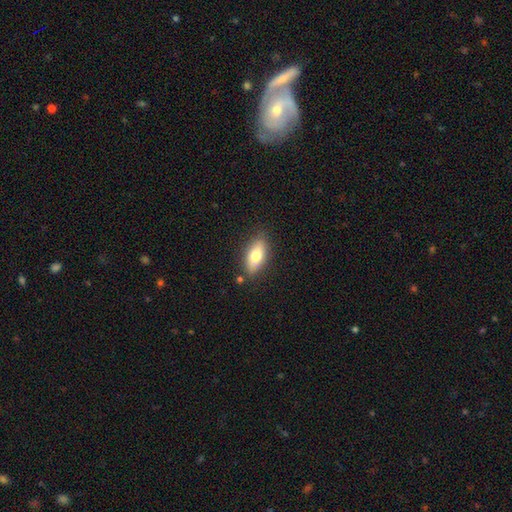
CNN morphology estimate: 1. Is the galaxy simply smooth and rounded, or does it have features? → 73% smooth, 20% featured or disk, 7% star or artifact.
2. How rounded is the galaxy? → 84% in between, 12% cigar-shaped, 4% round.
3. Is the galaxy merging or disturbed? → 82% none, 13% minor disturbance, 3% merger, 3% major disturbance.